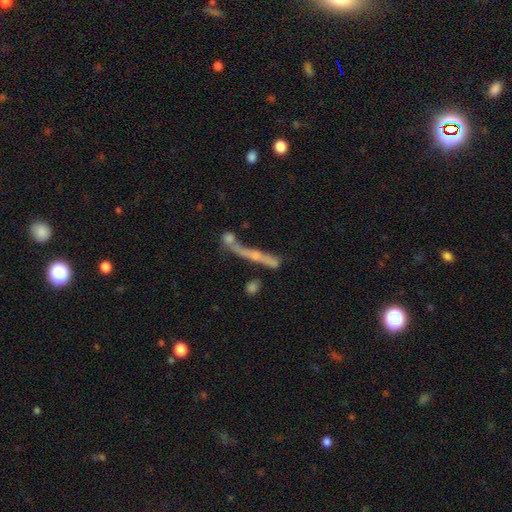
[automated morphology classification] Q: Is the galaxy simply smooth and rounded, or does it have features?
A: featured or disk — 54%.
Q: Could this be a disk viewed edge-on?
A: yes — 72%.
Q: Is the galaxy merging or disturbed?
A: none — 38%.